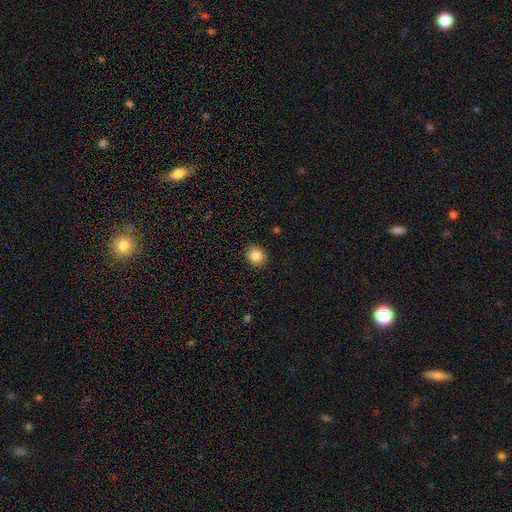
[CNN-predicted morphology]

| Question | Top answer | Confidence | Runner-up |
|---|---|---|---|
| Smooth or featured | smooth | 85% | star or artifact (9%) |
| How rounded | round | 79% | in between (20%) |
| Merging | none | 90% | minor disturbance (7%) |